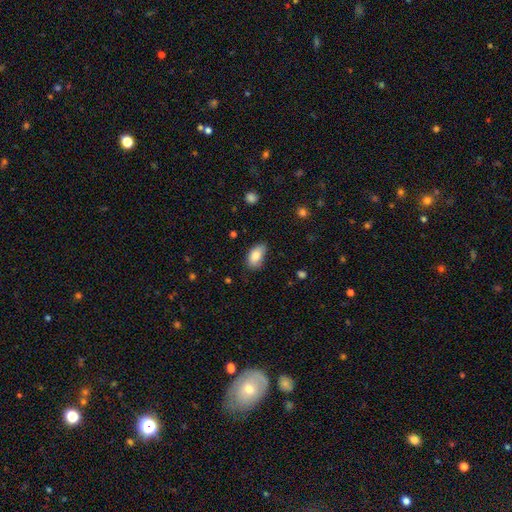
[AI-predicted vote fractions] This appears to be a smooth galaxy with no disk features (85%) that is in between round and cigar-shaped (92%). Merging: none (65%).